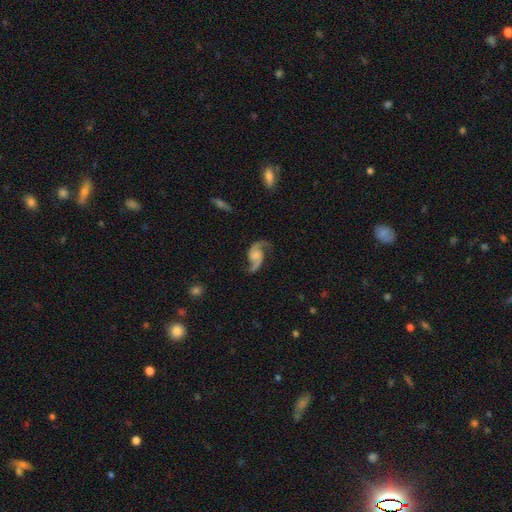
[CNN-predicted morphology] Smooth or featured? Predicted: featured or disk (p=0.90). Edge-on disk? Predicted: no (p=0.98). Bar? Predicted: no (p=0.58). Spiral arms? Predicted: yes (p=0.98). Spiral winding? Predicted: loose (p=0.63). Spiral arm count? Predicted: 2 (p=0.94). Bulge size? Predicted: none (p=0.42). Merging? Predicted: none (p=0.75).